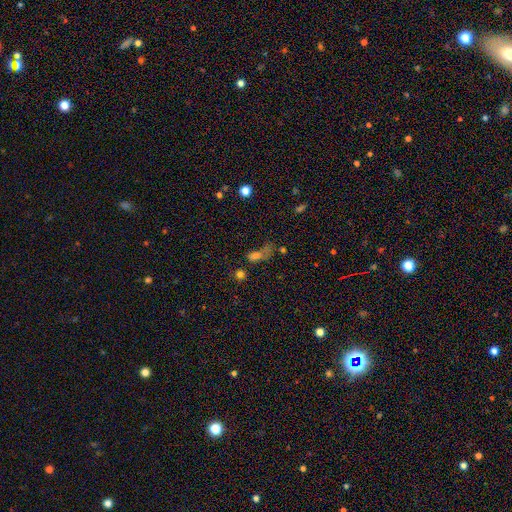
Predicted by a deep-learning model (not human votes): Q: Smooth or featured?
A: smooth (62%); runner-up: star or artifact (23%)
Q: How rounded?
A: in between (57%); runner-up: round (33%)
Q: Merging?
A: major disturbance (33%); runner-up: none (29%)